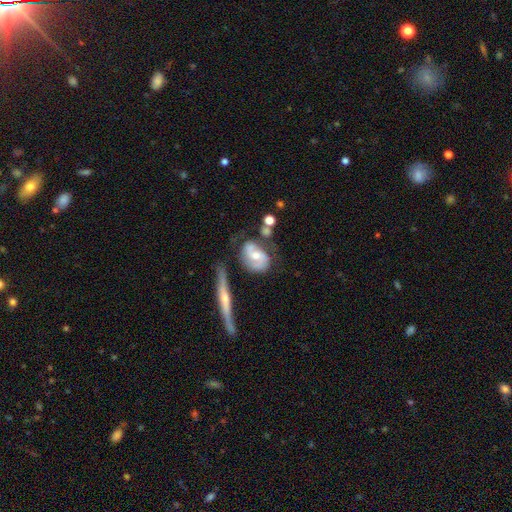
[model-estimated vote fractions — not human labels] Morphology: type=featured or disk (68%); edge-on=no (92%); bar=no (51%); spiral arms=yes (86%); winding=medium (46%); arm count=2 (81%); bulge=moderate (64%); merging=none (52%).